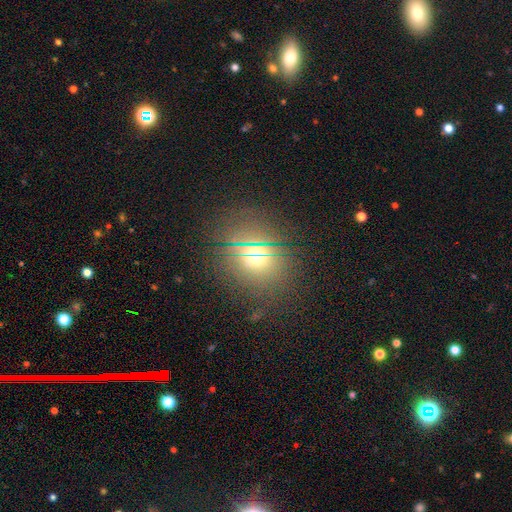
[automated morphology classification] type=smooth (56%); roundness=round (76%); merging=none (84%).